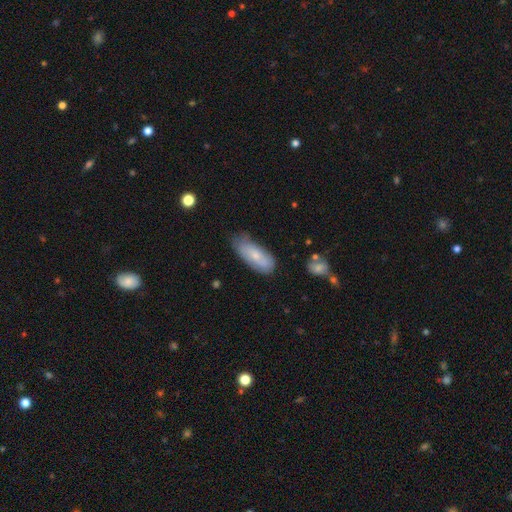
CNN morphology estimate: Q: Smooth or featured?
A: smooth (67%); runner-up: featured or disk (26%)
Q: How rounded?
A: in between (79%); runner-up: cigar-shaped (18%)
Q: Merging?
A: none (58%); runner-up: minor disturbance (32%)